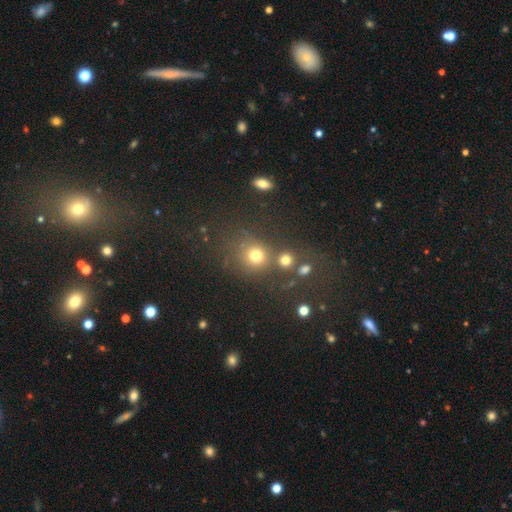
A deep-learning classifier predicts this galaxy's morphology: type=smooth (73%); roundness=round (87%); merging=none (64%).